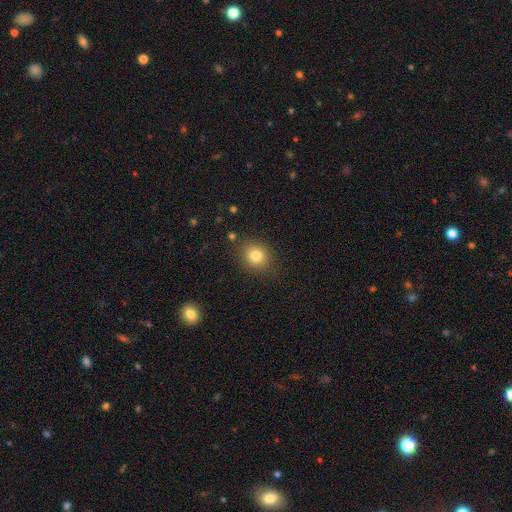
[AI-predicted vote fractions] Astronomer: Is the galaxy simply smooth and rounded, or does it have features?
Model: smooth — 82%.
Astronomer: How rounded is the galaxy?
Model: round — 71%.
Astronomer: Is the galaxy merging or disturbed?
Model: none — 84%.